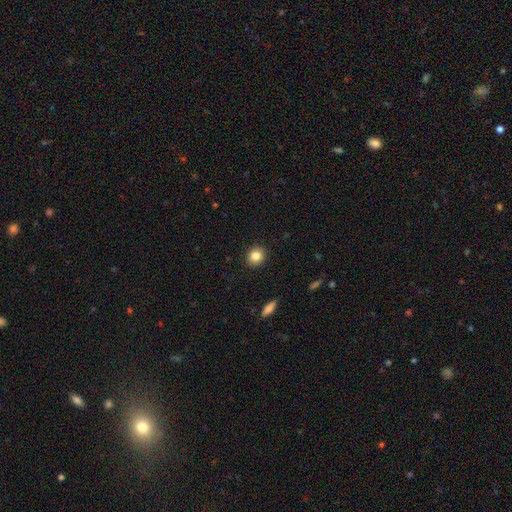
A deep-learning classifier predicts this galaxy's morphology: smooth_or_featured: smooth (p=0.83) [alt: star or artifact p=0.10]
how_rounded: round (p=0.79) [alt: in between p=0.20]
merging: none (p=0.91) [alt: minor disturbance p=0.06]